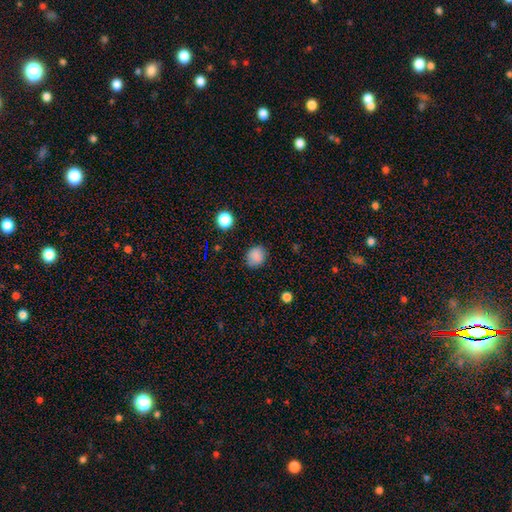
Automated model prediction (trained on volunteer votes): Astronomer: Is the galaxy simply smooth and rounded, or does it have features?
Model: smooth — 85%.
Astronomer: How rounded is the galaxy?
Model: round — 68%.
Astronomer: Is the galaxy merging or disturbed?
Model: none — 81%.